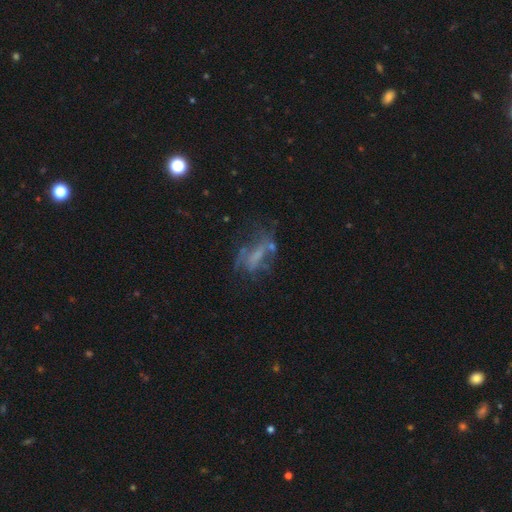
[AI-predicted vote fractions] smooth-or-featured: featured or disk: 55% | smooth: 27% | star or artifact: 18%
  disk-edge-on: no: 90% | yes: 10%
  merging: none: 40% | major disturbance: 32% | minor disturbance: 19% | merger: 8%